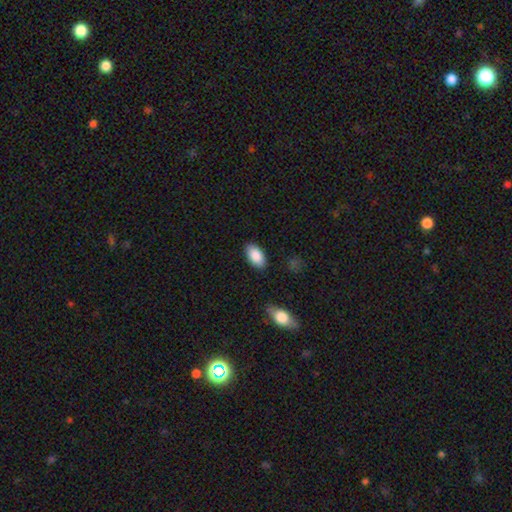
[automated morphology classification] Q: Smooth or featured?
A: smooth (88%); runner-up: star or artifact (6%)
Q: How rounded?
A: in between (94%); runner-up: round (3%)
Q: Merging?
A: none (87%); runner-up: minor disturbance (9%)